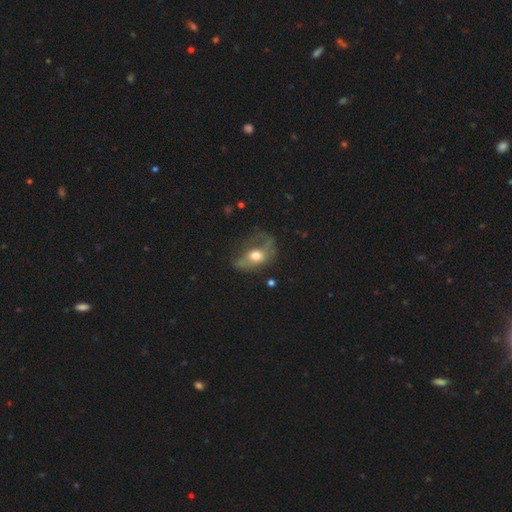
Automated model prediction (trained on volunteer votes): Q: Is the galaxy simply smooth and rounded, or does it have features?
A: featured or disk — 51%.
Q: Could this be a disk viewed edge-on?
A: no — 84%.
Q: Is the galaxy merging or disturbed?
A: major disturbance — 41%.